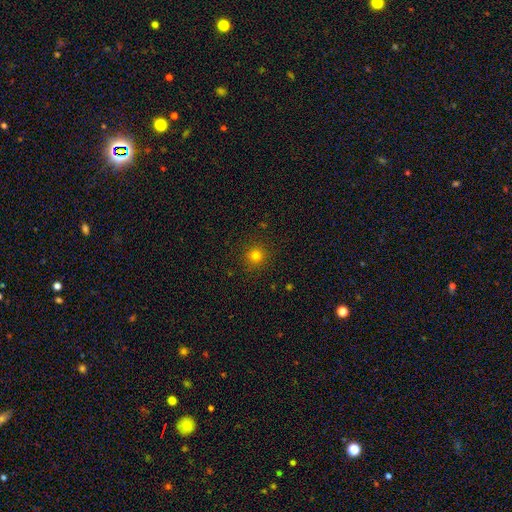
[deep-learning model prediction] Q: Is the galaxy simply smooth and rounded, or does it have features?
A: smooth — 79%.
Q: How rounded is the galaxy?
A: round — 94%.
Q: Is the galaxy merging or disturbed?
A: none — 91%.